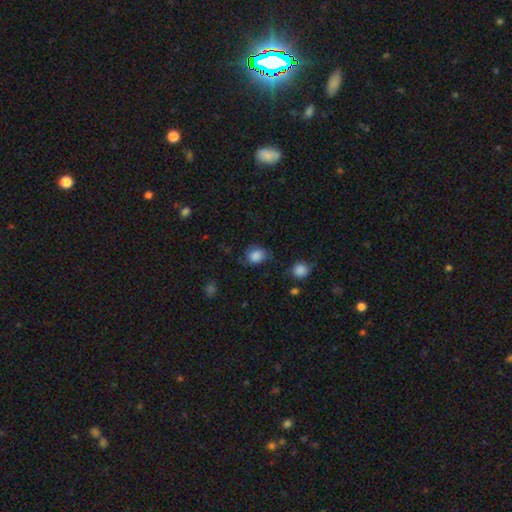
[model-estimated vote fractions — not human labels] Smooth or featured: smooth — 84% (star or artifact — 9%)
How rounded: round — 53% (in between — 46%)
Merging: none — 58% (minor disturbance — 29%)